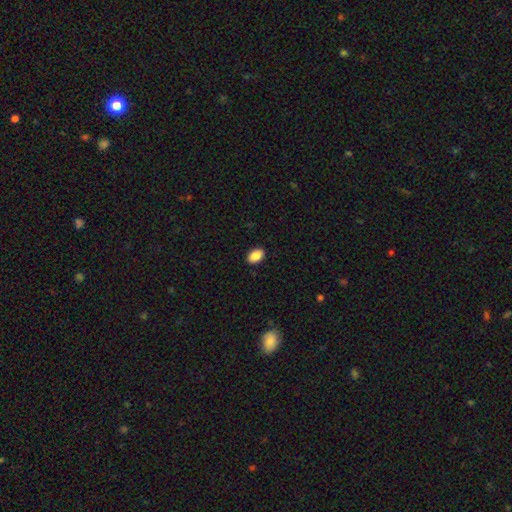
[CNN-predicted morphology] The model was most divided on "how rounded": in between: 89%, round: 10%, cigar-shaped: 1%. More confident: merging — none (90%); smooth or featured — smooth (89%).